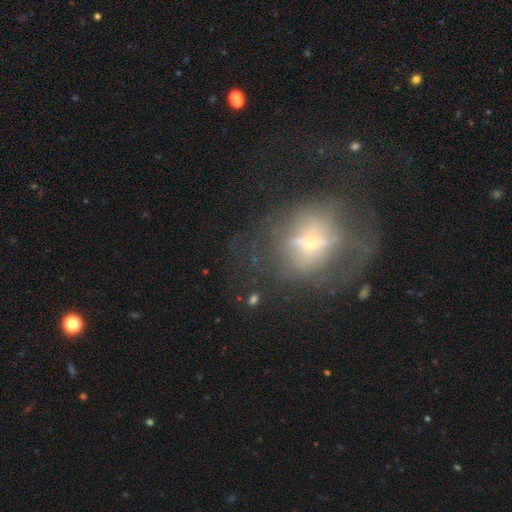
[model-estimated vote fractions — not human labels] smooth-or-featured: featured or disk: 51% | smooth: 32% | star or artifact: 17%
  disk-edge-on: no: 94% | yes: 6%
  merging: none: 53% | major disturbance: 26% | minor disturbance: 18% | merger: 3%